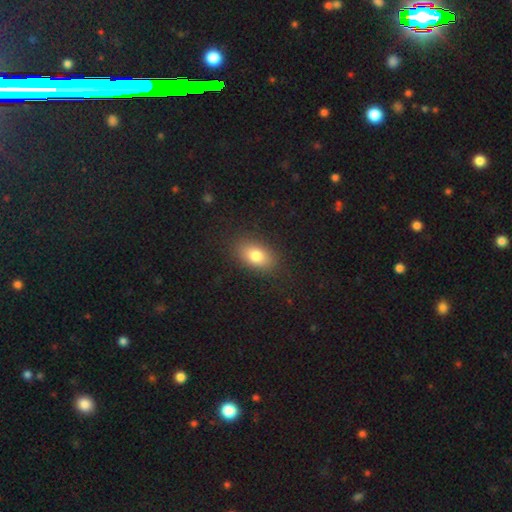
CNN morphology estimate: smooth_or_featured: smooth (p=0.79) [alt: featured or disk p=0.12]
how_rounded: in between (p=0.86) [alt: round p=0.12]
merging: none (p=0.86) [alt: minor disturbance p=0.09]